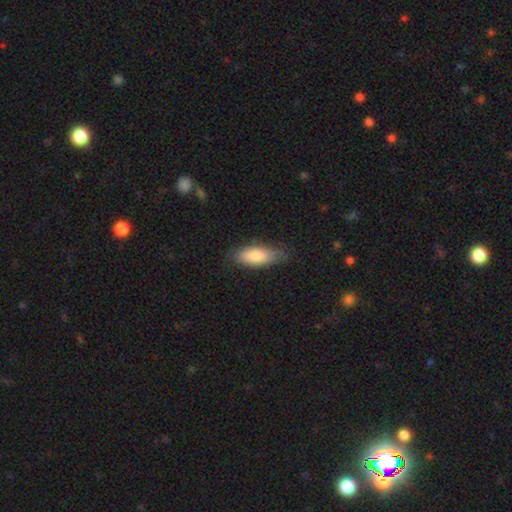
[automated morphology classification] Smooth or featured? Predicted: smooth (p=0.80). How rounded? Predicted: in between (p=0.73). Merging? Predicted: none (p=0.75).